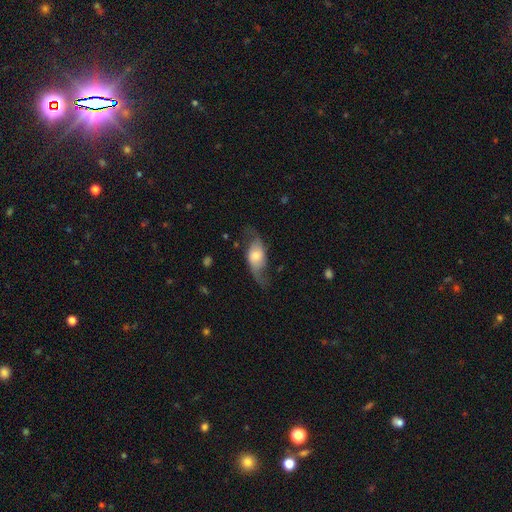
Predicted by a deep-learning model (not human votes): smooth_or_featured: featured or disk (p=0.64) [alt: smooth p=0.29]
disk_edge_on: no (p=0.89) [alt: yes p=0.11]
bar: no (p=0.67) [alt: weak p=0.26]
has_spiral_arms: yes (p=0.86) [alt: no p=0.14]
bulge_size: moderate (p=0.50) [alt: small p=0.34]
merging: none (p=0.59) [alt: minor disturbance p=0.22]